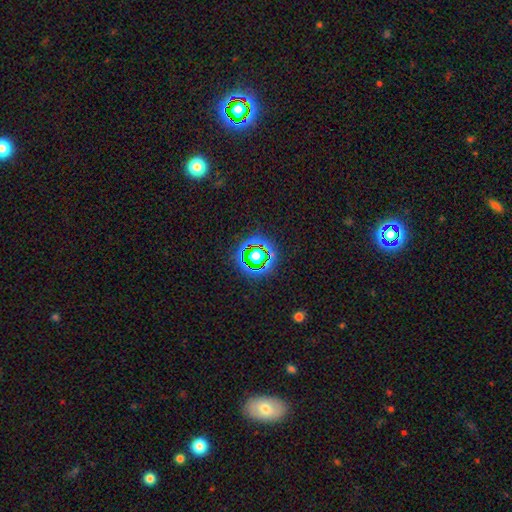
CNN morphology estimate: Smooth or featured: star or artifact — 61% (smooth — 26%)